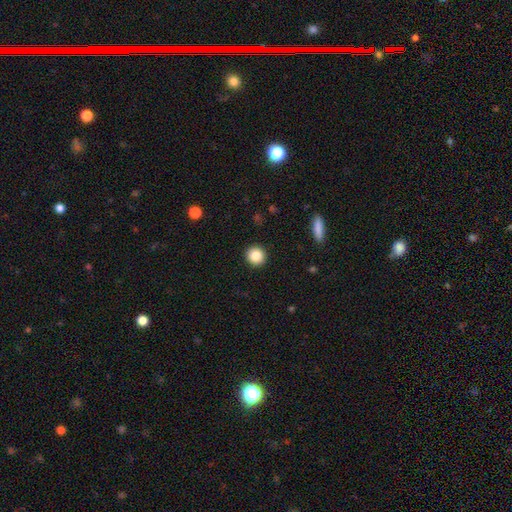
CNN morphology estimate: This appears to be a smooth galaxy with no disk features (85%) that is round (93%). Merging: none (93%).